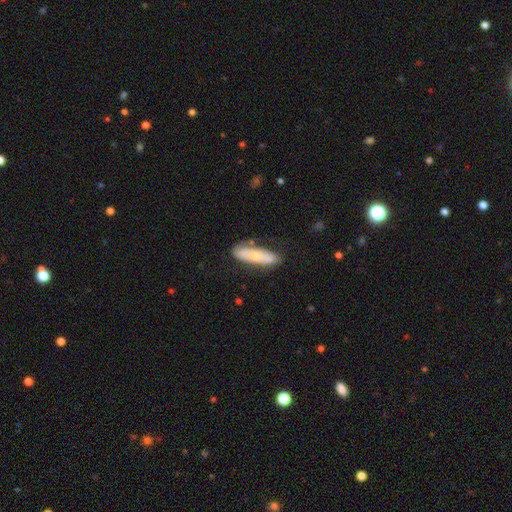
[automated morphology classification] Smooth or featured? Predicted: smooth (p=0.57). How rounded? Predicted: cigar-shaped (p=0.54). Merging? Predicted: none (p=0.74).